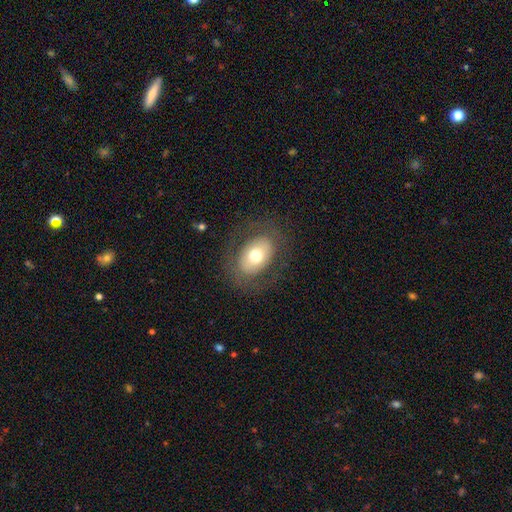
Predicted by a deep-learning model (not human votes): This is likely a smooth galaxy (63%). How rounded: likely in between (78%). Merging: likely none (79%).